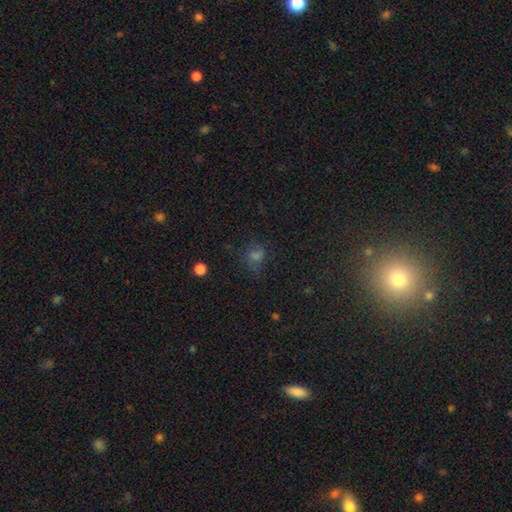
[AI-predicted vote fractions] Overall: smooth (52%; star or artifact 35%). How rounded: round (63%; in between 36%). Merging: none (63%).